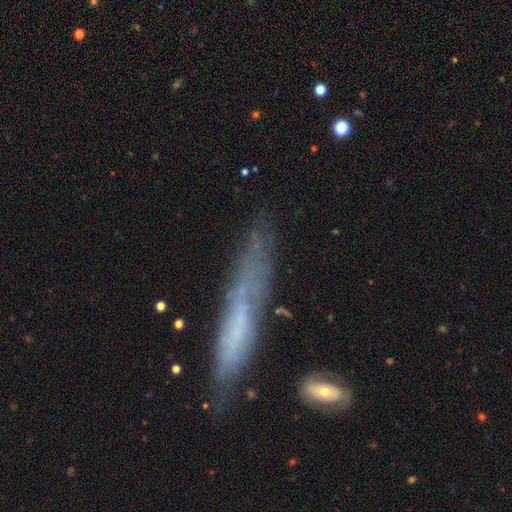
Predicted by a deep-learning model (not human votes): smooth 45%, featured or disk 43%, star or artifact 12%. Down the decision tree: merging — none (58%).